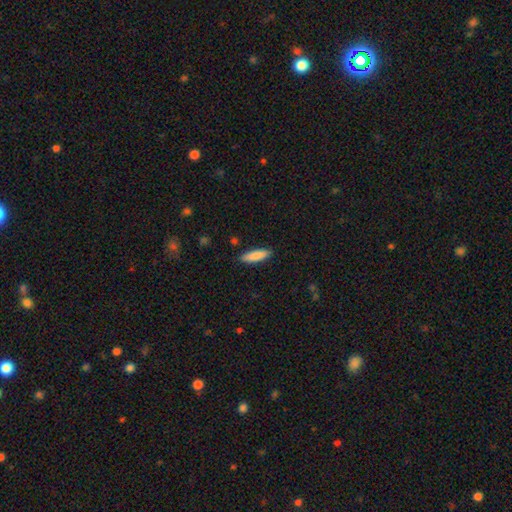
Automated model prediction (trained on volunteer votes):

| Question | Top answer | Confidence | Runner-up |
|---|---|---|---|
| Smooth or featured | smooth | 86% | featured or disk (8%) |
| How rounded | cigar-shaped | 58% | in between (40%) |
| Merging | none | 88% | minor disturbance (9%) |